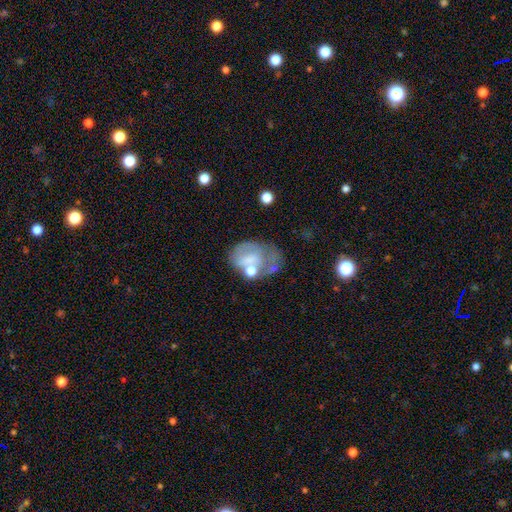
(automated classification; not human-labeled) This appears to be a featured or disk galaxy (45%). Merging: none (34%).